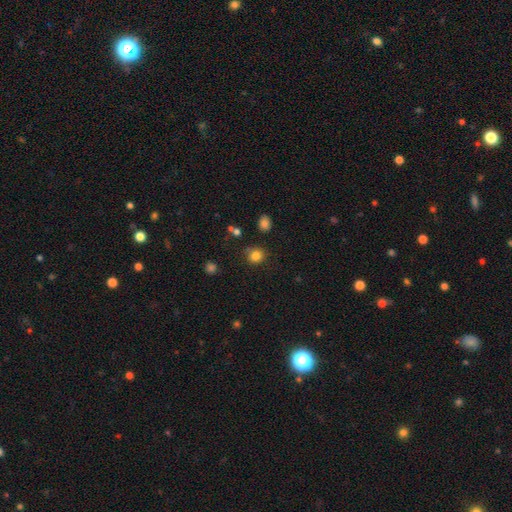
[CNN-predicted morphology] Q: Smooth or featured?
A: smooth (83%); runner-up: star or artifact (12%)
Q: How rounded?
A: round (85%); runner-up: in between (14%)
Q: Merging?
A: none (81%); runner-up: minor disturbance (13%)